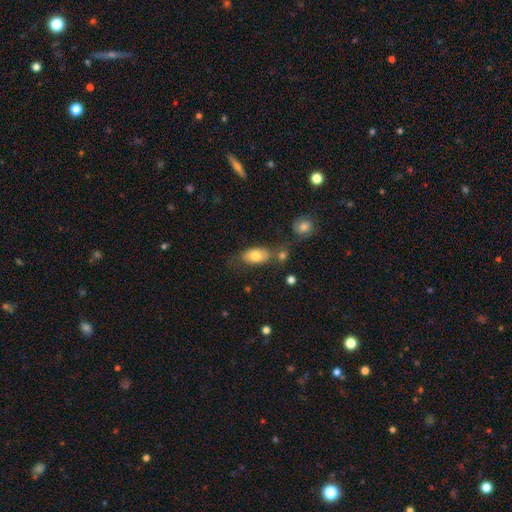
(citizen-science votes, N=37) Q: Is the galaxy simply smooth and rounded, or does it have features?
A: smooth — 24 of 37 (65%).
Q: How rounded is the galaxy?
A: in between — 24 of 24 (100%).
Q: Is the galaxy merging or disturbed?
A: none — 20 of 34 (59%).